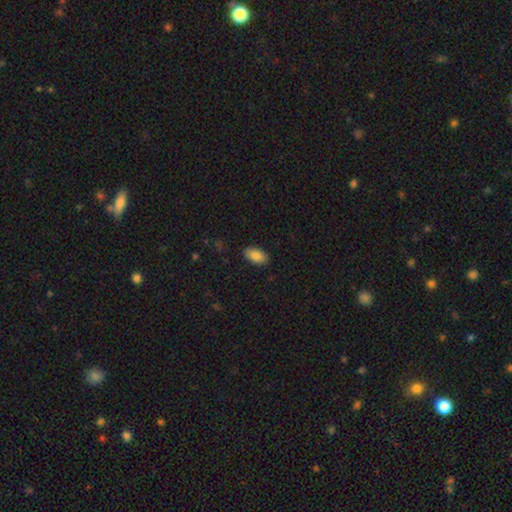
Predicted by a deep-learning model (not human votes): smooth-or-featured: smooth: 85% | featured or disk: 7% | star or artifact: 7%
  how-rounded: in between: 94% | round: 4% | cigar-shaped: 3%
  merging: none: 88% | minor disturbance: 9% | major disturbance: 2% | merger: 1%